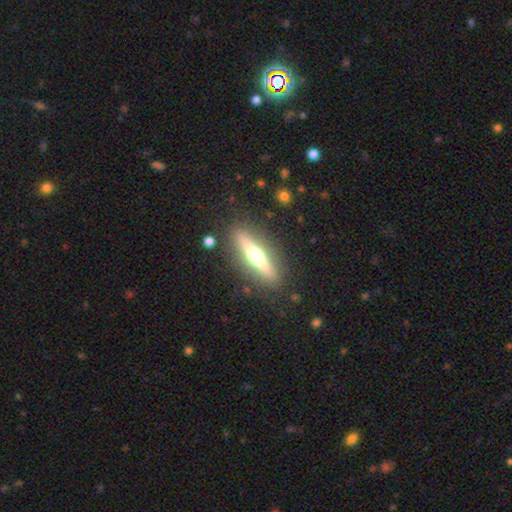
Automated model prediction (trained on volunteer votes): Q: Smooth or featured?
A: featured or disk (66%); runner-up: smooth (28%)
Q: Edge-on disk?
A: yes (92%); runner-up: no (8%)
Q: Edge-on bulge?
A: rounded (95%); runner-up: boxy (3%)
Q: Merging?
A: none (87%); runner-up: minor disturbance (8%)